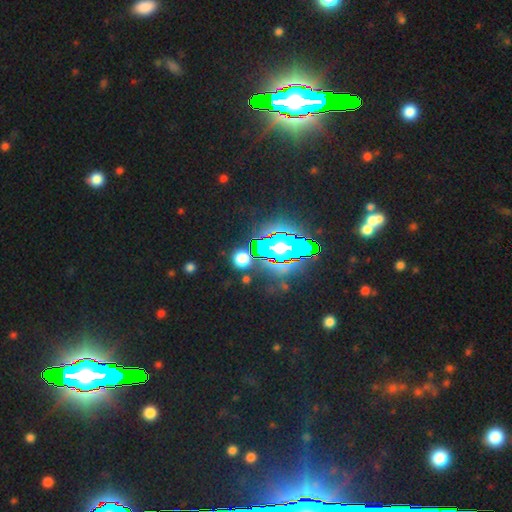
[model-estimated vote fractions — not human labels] Smooth or featured?
  - star or artifact: 77% *
  - smooth: 12%
  - featured or disk: 11%